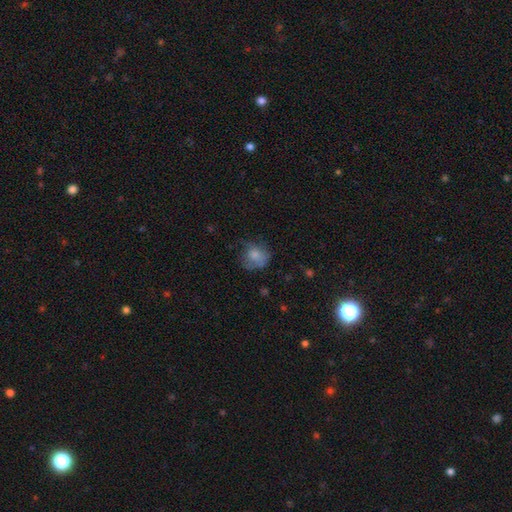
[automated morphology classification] The model was most divided on "merging": none: 51%, minor disturbance: 28%, major disturbance: 19%, merger: 2%. More confident: how rounded — round (72%); smooth or featured — smooth (72%).